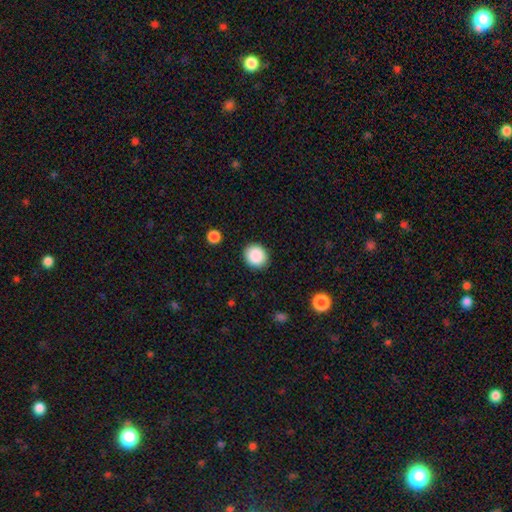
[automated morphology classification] This appears to be a smooth galaxy with no disk features (88%) that is round (82%). Merging: none (90%).